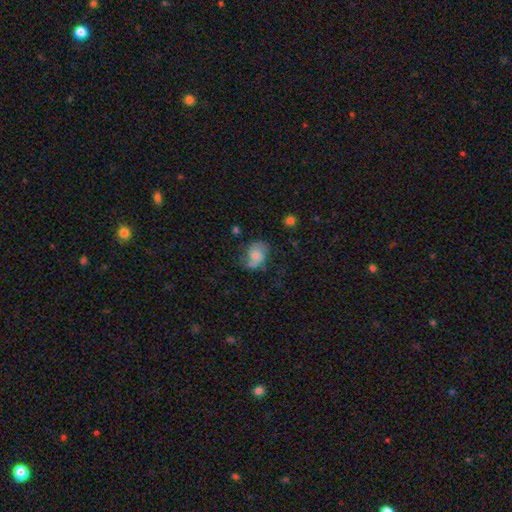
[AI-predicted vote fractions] smooth 55%, featured or disk 35%, star or artifact 9%. Down the decision tree: how rounded — in between (63%); merging — none (46%).